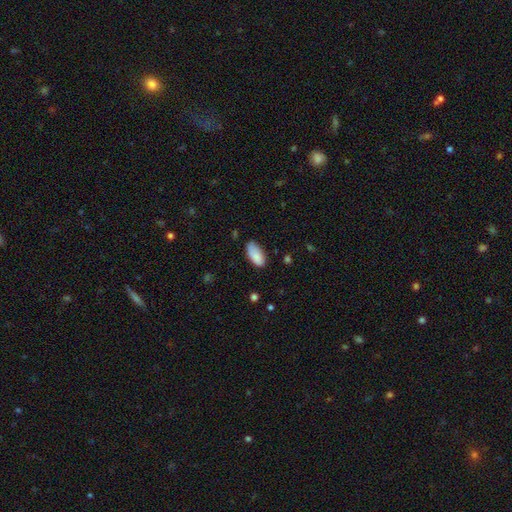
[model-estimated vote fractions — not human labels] Q: Smooth or featured?
A: smooth (87%); runner-up: featured or disk (7%)
Q: How rounded?
A: in between (92%); runner-up: cigar-shaped (6%)
Q: Merging?
A: none (72%); runner-up: minor disturbance (23%)